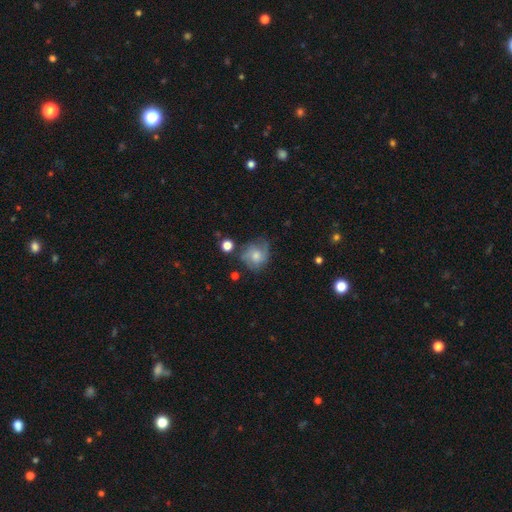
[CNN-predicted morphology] A smooth galaxy with no disk features (50%). Merging: none (60%).